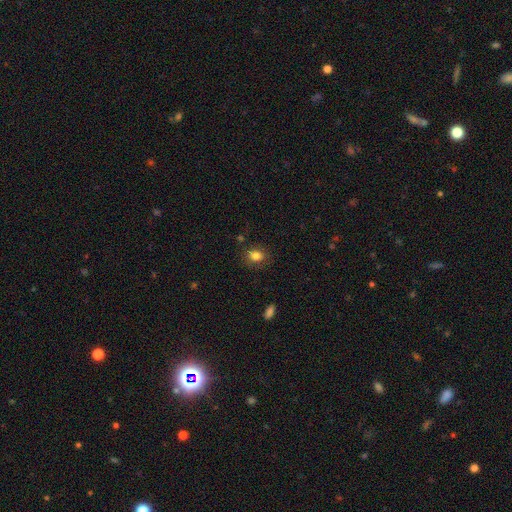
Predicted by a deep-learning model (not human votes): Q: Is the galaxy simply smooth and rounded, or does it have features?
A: smooth — 82%.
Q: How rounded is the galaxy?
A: in between — 59%.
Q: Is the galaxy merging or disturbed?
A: none — 81%.